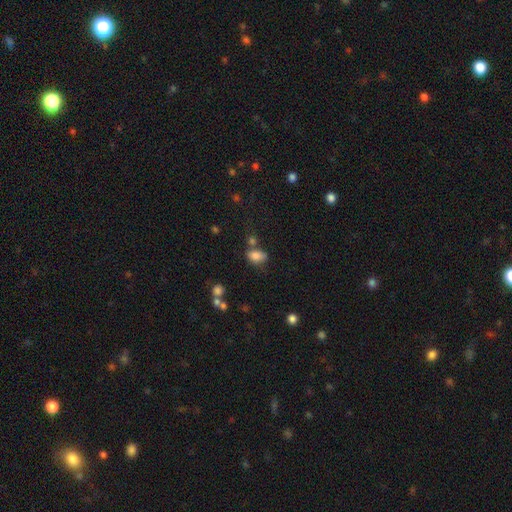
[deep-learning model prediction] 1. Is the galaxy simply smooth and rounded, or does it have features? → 82% smooth, 11% star or artifact, 7% featured or disk.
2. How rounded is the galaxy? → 84% in between, 14% round, 2% cigar-shaped.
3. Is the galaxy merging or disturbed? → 53% none, 21% minor disturbance, 19% merger, 7% major disturbance.